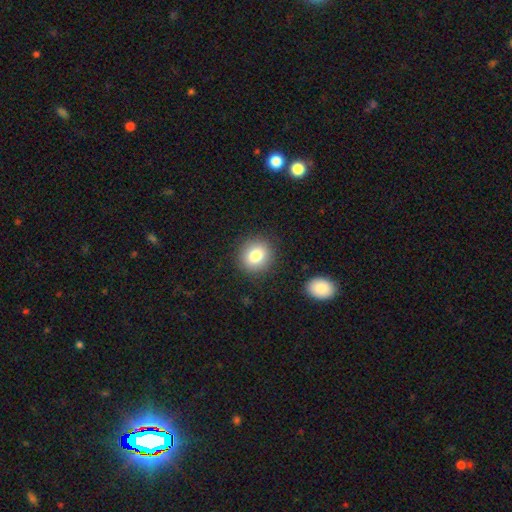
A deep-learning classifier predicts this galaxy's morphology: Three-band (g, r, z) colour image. It shows a smooth galaxy with no disk features (80%) that is round (83%). Merging: none (89%).